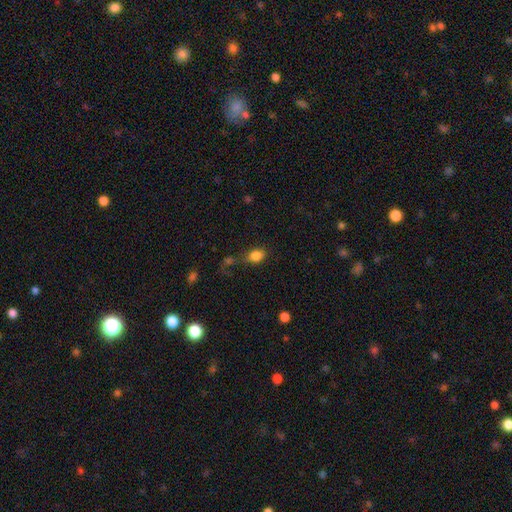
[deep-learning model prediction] Smooth or featured? Predicted: smooth (p=0.84). How rounded? Predicted: in between (p=0.67). Merging? Predicted: none (p=0.50).